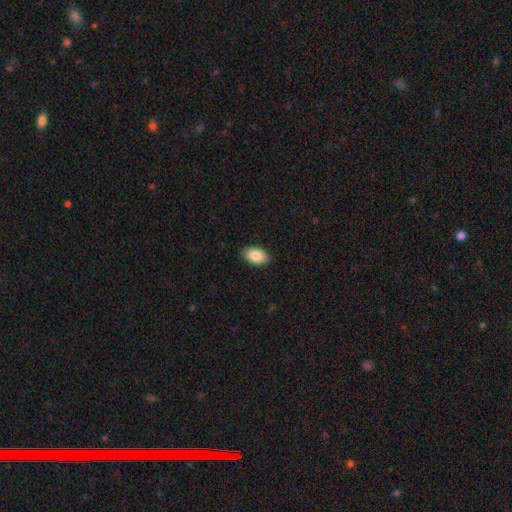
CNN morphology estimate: smooth 87%, featured or disk 7%, star or artifact 6%. Down the decision tree: how rounded — in between (94%); merging — none (88%).